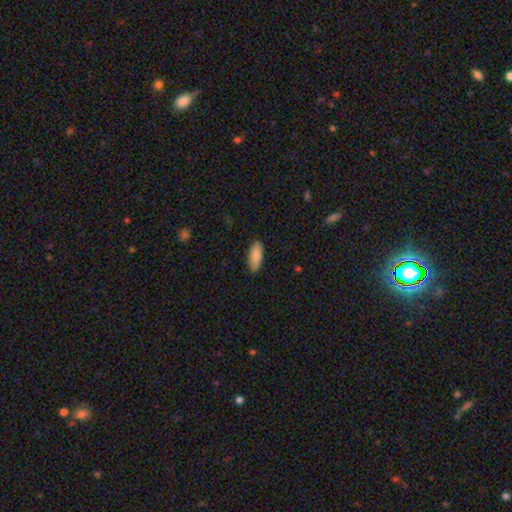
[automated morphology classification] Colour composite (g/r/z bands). It shows a smooth galaxy with no disk features (86%) that is in between round and cigar-shaped (74%). Merging: none (89%).